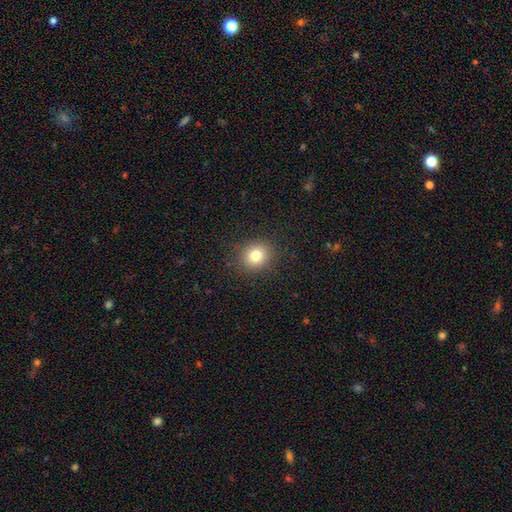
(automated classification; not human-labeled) This is likely a smooth galaxy (80%). How rounded: clearly round (82%). Merging: clearly none (89%).